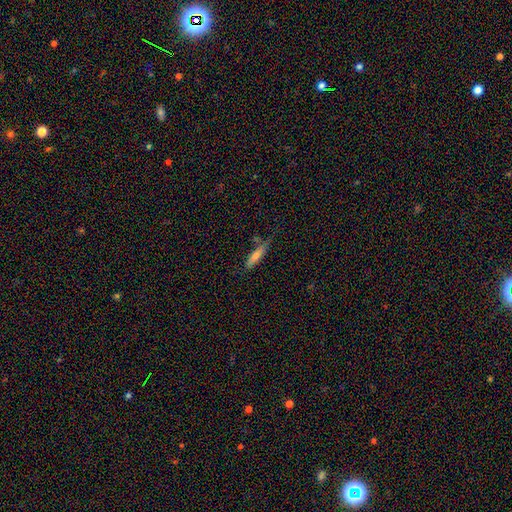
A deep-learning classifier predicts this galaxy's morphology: Q: Smooth or featured?
A: smooth (66%); runner-up: featured or disk (26%)
Q: How rounded?
A: cigar-shaped (78%); runner-up: in between (20%)
Q: Merging?
A: none (65%); runner-up: minor disturbance (23%)